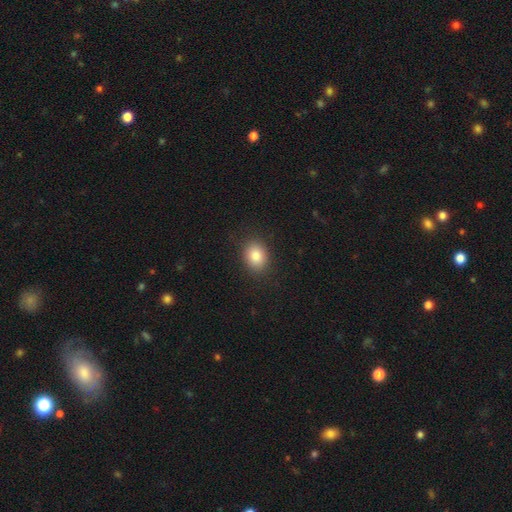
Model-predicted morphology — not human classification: A smooth galaxy with no disk features (84%) that is in between round and cigar-shaped (54%).

Vote fractions:
- Smooth or featured? smooth: 84% / star or artifact: 9% / featured or disk: 7%
- How rounded? in between: 54% / round: 45% / cigar-shaped: 1%
- Merging? none: 87% / minor disturbance: 9% / major disturbance: 3% / merger: 1%